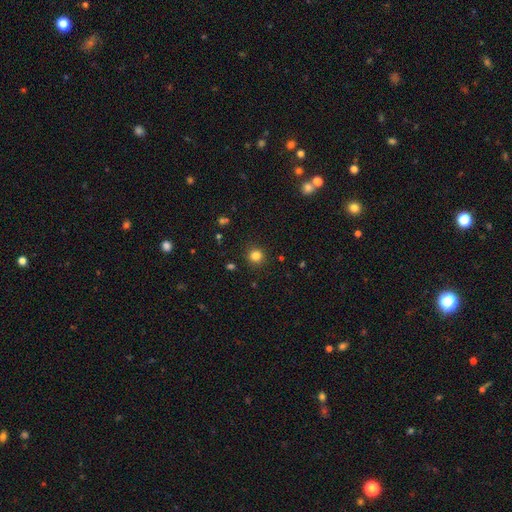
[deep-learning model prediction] Smooth or featured?
  - smooth: 82% *
  - star or artifact: 13%
  - featured or disk: 5%
How rounded?
  - round: 93% *
  - in between: 6%
  - cigar-shaped: 1%
Merging?
  - none: 91% *
  - minor disturbance: 6%
  - major disturbance: 2%
  - merger: 1%